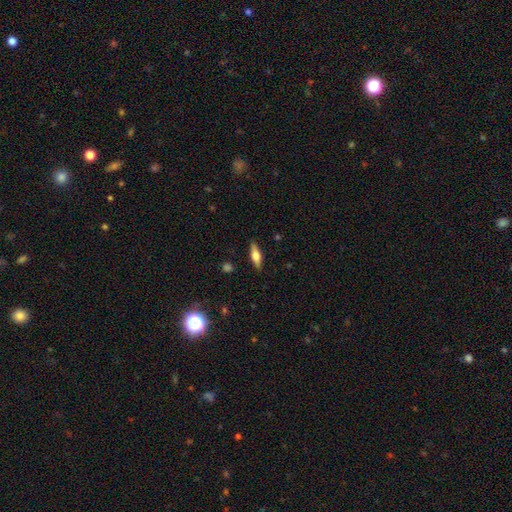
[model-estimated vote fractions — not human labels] Q: Smooth or featured?
A: smooth (47%); runner-up: featured or disk (46%)
Q: Merging?
A: none (87%); runner-up: minor disturbance (9%)